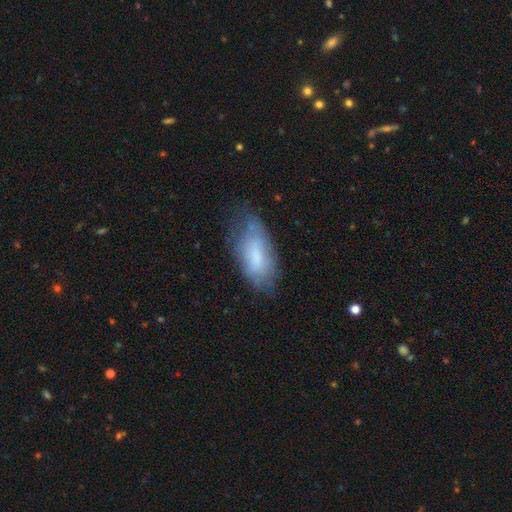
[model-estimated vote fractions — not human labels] A smooth galaxy with no disk features (66%) that is in between round and cigar-shaped (88%).

Vote fractions:
- Smooth or featured? smooth: 66% / featured or disk: 25% / star or artifact: 8%
- How rounded? in between: 88% / cigar-shaped: 10% / round: 2%
- Merging? none: 52% / minor disturbance: 32% / major disturbance: 14% / merger: 2%